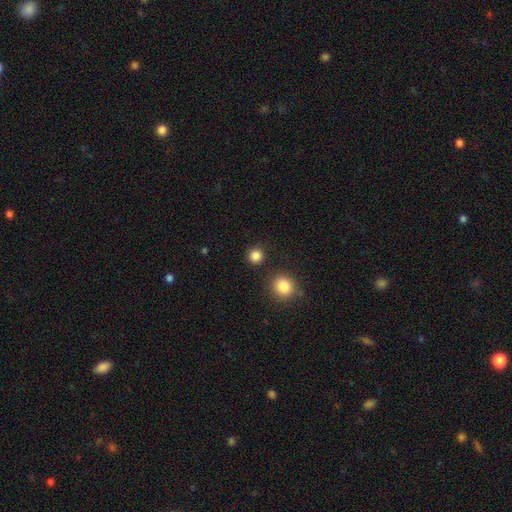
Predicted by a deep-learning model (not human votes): Morphology: type=smooth (85%); roundness=round (92%); merging=none (88%).